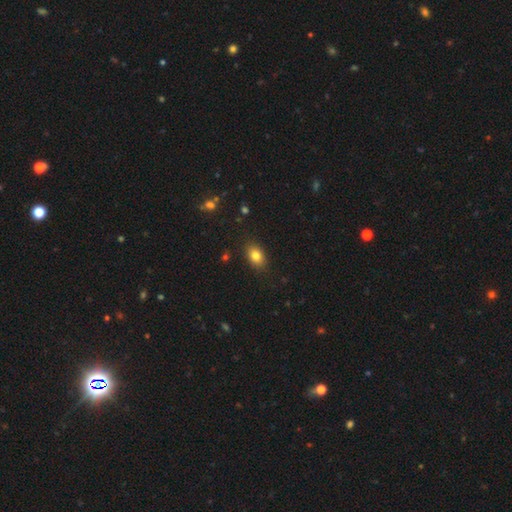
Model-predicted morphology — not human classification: Overall: smooth (83%). How rounded: in between (78%). Merging: none (87%).